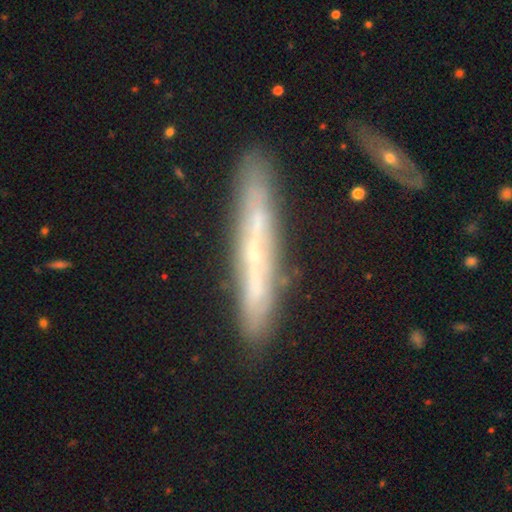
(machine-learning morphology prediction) Smooth or featured: featured or disk — 60% (smooth — 32%)
Edge-on disk: yes — 86% (no — 14%)
Edge-on bulge: none — 82% (rounded — 12%)
Merging: none — 84% (minor disturbance — 11%)